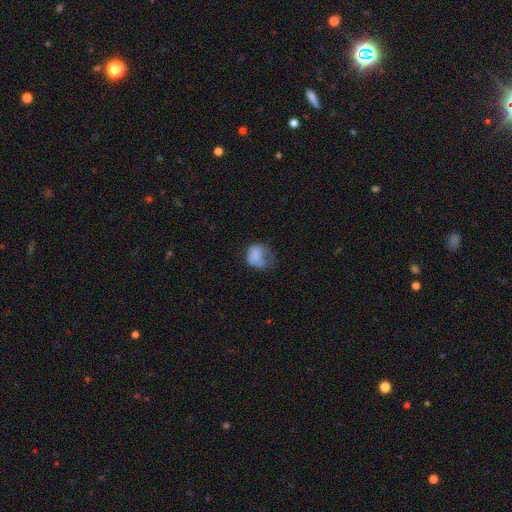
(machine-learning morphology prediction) Smooth or featured? smooth (71%)
How rounded? round (51%)
Merging? major disturbance (40%)